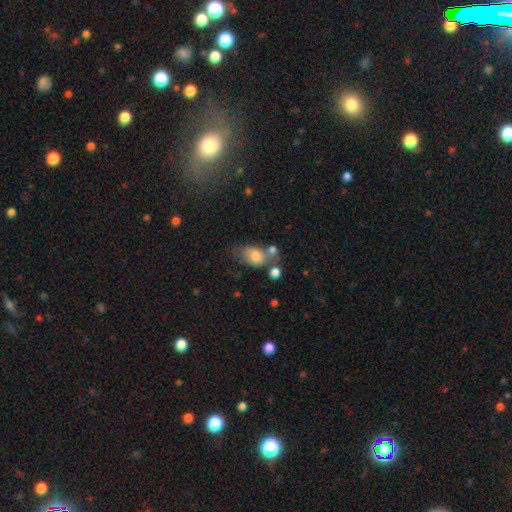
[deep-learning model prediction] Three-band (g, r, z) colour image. It shows a smooth galaxy with no disk features (75%) that is in between round and cigar-shaped (79%). Merging: none (41%).